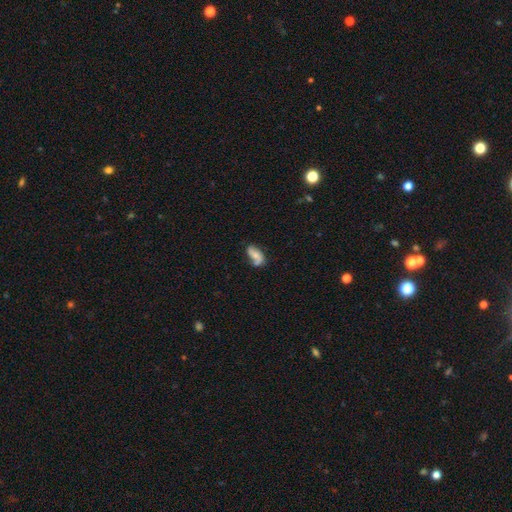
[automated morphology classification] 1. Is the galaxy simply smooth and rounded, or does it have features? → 46% featured or disk, 45% smooth, 9% star or artifact.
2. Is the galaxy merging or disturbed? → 53% none, 26% minor disturbance, 11% merger, 10% major disturbance.